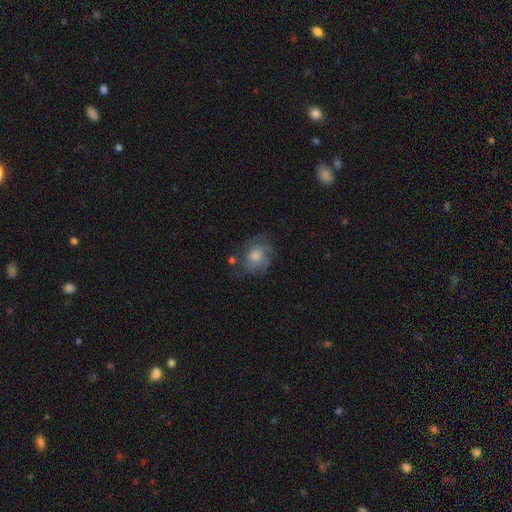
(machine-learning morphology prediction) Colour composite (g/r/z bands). It shows a featured or disk galaxy (56%) with no bar (78%), spiral arms (81%) and a moderate central bulge (56%). Merging: none (66%).